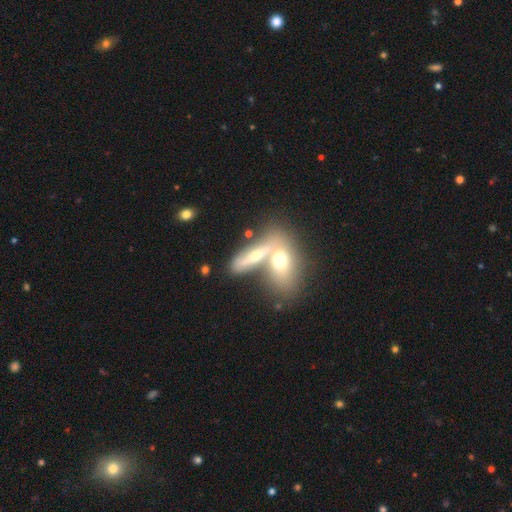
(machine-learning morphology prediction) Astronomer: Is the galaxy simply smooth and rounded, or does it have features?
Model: smooth — 49% (runner-up: featured or disk, 44%).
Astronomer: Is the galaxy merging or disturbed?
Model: merger — 54% (runner-up: none, 32%).